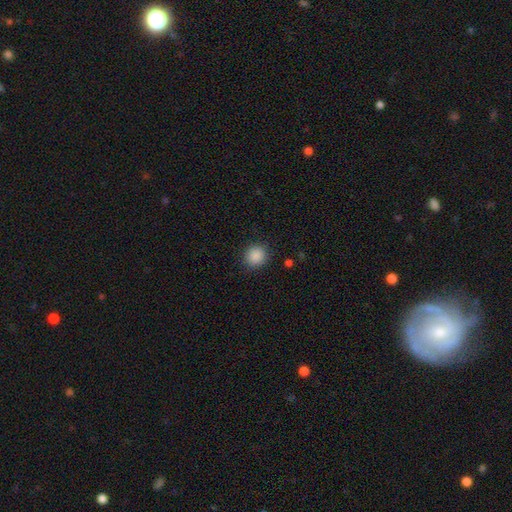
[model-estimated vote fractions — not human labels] Smooth or featured?
  - smooth: 88% *
  - star or artifact: 9%
  - featured or disk: 3%
How rounded?
  - round: 88% *
  - in between: 11%
  - cigar-shaped: 1%
Merging?
  - none: 89% *
  - minor disturbance: 8%
  - major disturbance: 3%
  - merger: 1%